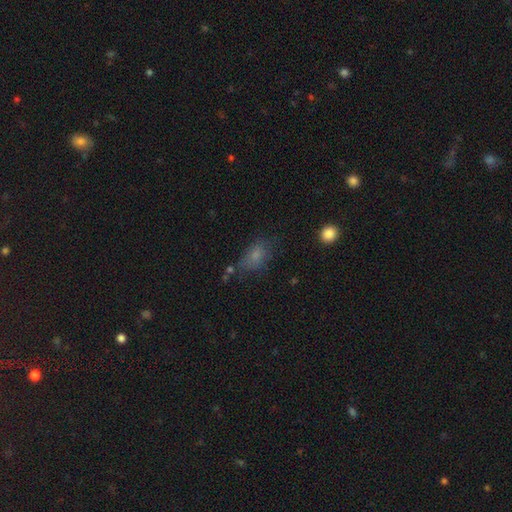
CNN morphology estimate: Smooth or featured? smooth (72%)
How rounded? in between (82%)
Merging? none (61%)